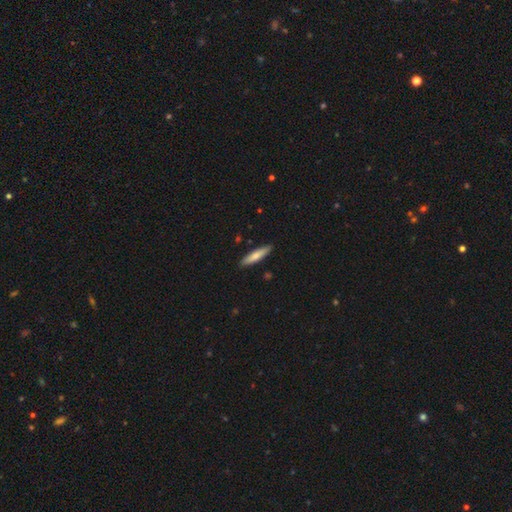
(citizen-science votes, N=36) Smooth or featured: smooth — 67% (featured or disk — 31%)
How rounded: cigar-shaped — 67% (in between — 33%)
Merging: none — 83% (minor disturbance — 11%)